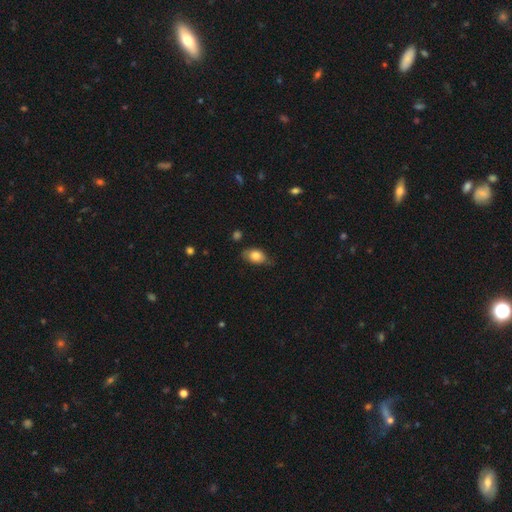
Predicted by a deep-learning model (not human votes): This is clearly a smooth galaxy (80%). How rounded: clearly in between (86%). Merging: likely none (68%).